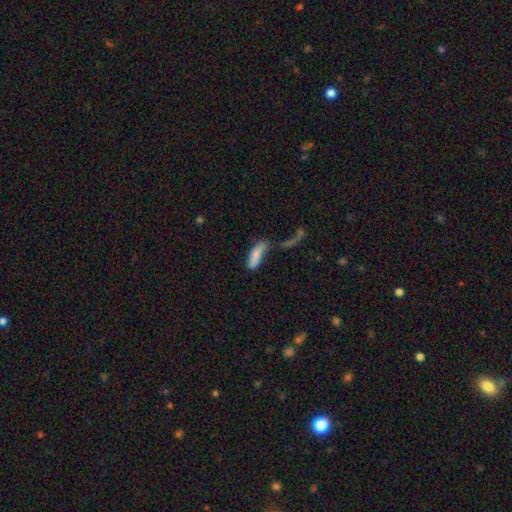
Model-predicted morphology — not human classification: Smooth or featured? smooth (74%)
How rounded? cigar-shaped (52%)
Merging? merger (33%)